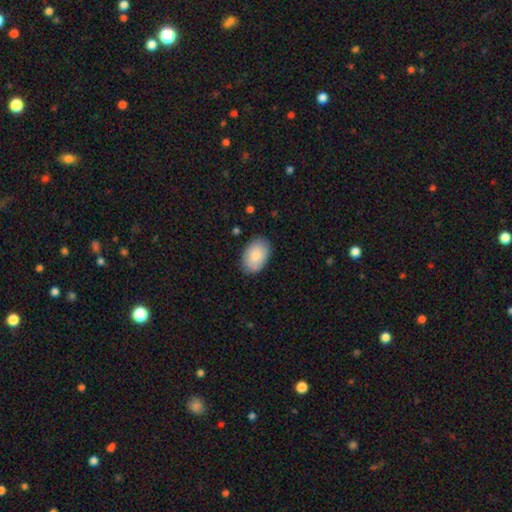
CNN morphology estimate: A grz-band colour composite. It shows a smooth galaxy with no disk features (85%) that is in between round and cigar-shaped (90%). Merging: none (85%).